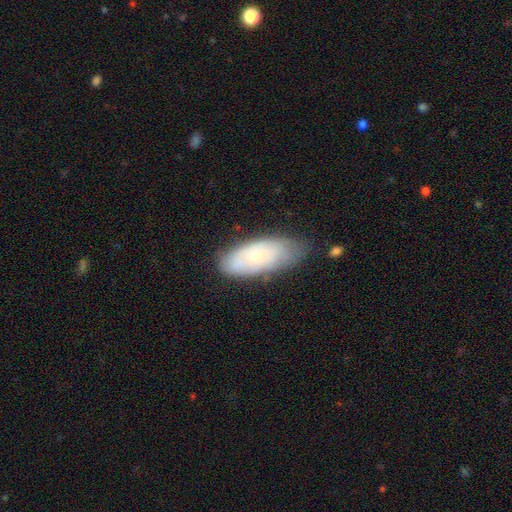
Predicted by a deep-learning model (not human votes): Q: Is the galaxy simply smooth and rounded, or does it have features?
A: smooth — 57%.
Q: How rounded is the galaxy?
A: in between — 83%.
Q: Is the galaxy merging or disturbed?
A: none — 61%.